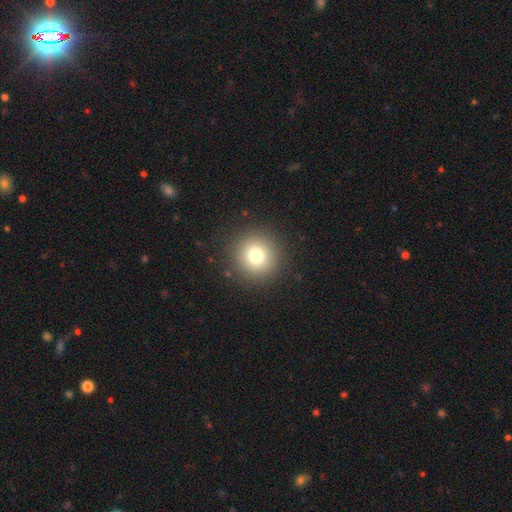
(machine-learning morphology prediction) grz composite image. It shows a smooth galaxy with no disk features (77%) that is round (95%). Merging: none (91%).